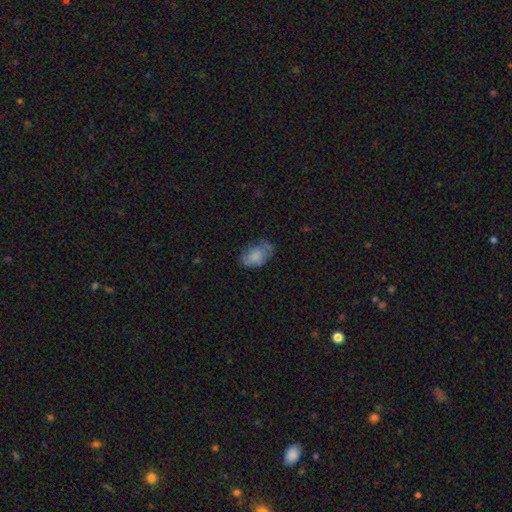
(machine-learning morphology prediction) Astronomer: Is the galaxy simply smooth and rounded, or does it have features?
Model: smooth — 71%.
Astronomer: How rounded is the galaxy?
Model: in between — 91%.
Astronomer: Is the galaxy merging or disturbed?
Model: none — 58%.